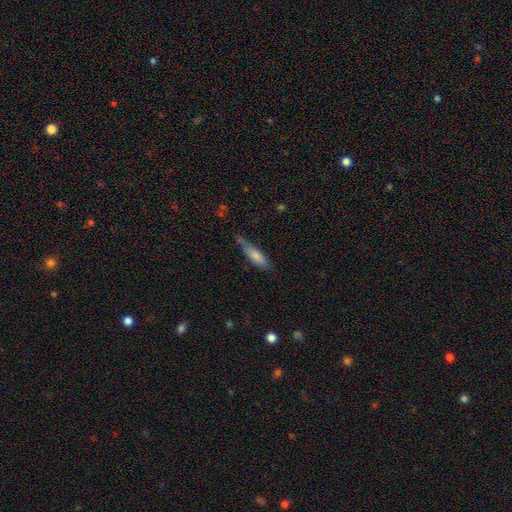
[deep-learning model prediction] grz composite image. It shows a smooth galaxy with no disk features (75%) that is cigar-shaped (62%). Merging: none (54%).